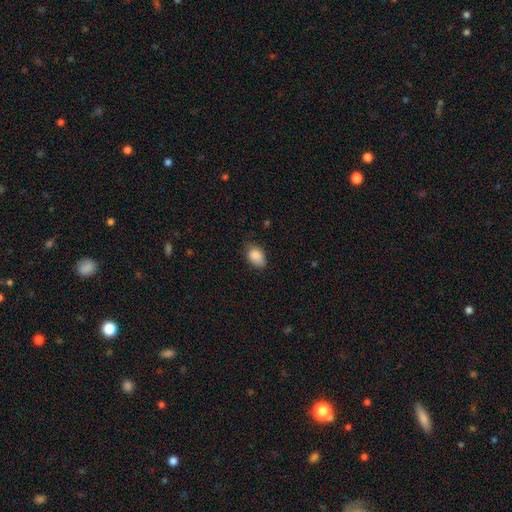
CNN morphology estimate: This appears to be a smooth galaxy with no disk features (87%) that is in between round and cigar-shaped (84%). Merging: none (67%).